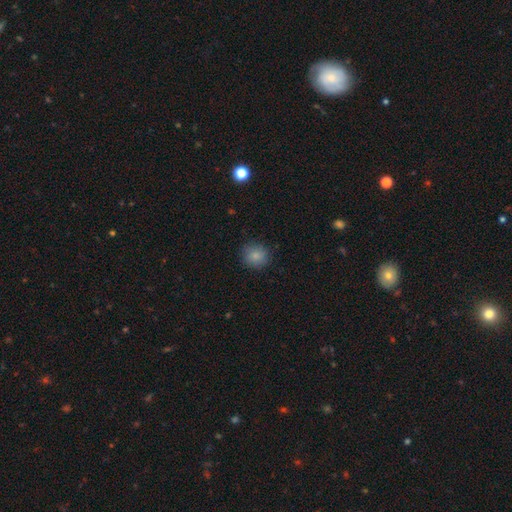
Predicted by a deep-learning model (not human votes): A smooth galaxy with no disk features (85%) that is round (88%). Merging: none (87%).